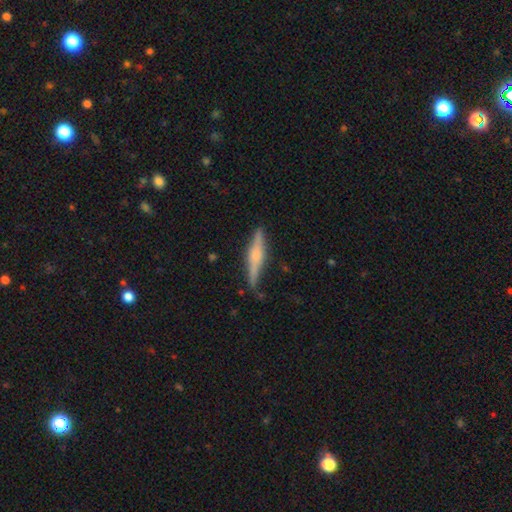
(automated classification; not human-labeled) A featured or disk galaxy (59%) viewed edge-on (96%) with a rounded central bulge (69%).

Vote fractions:
- Smooth or featured? featured or disk: 59% / smooth: 35% / star or artifact: 6%
- Edge-on disk? yes: 96% / no: 4%
- Edge-on bulge? rounded: 69% / boxy: 20% / none: 11%
- Merging? none: 81% / minor disturbance: 14% / major disturbance: 3% / merger: 2%